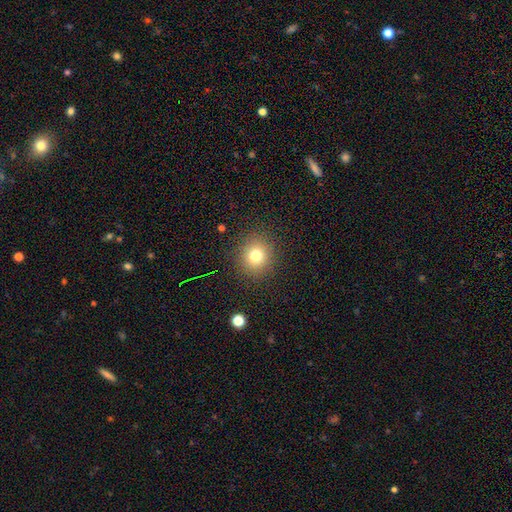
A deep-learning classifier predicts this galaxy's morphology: A smooth galaxy with no disk features (77%) that is round (86%).

Vote fractions:
- Smooth or featured? smooth: 77% / star or artifact: 15% / featured or disk: 9%
- How rounded? round: 86% / in between: 13% / cigar-shaped: 1%
- Merging? none: 89% / minor disturbance: 7% / major disturbance: 3% / merger: 1%